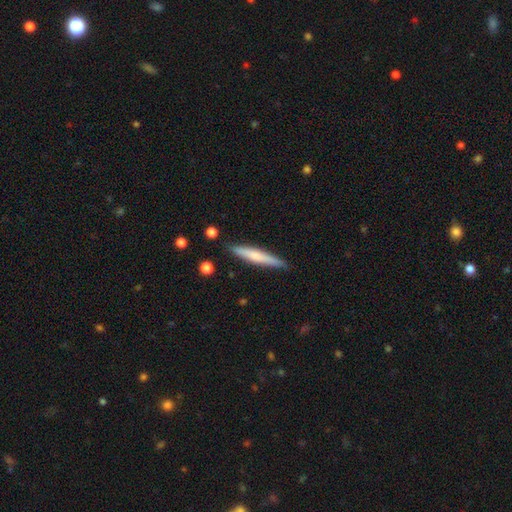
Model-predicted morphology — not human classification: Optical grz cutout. It shows a smooth galaxy with no disk features (58%) that is cigar-shaped (94%). Merging: none (89%).